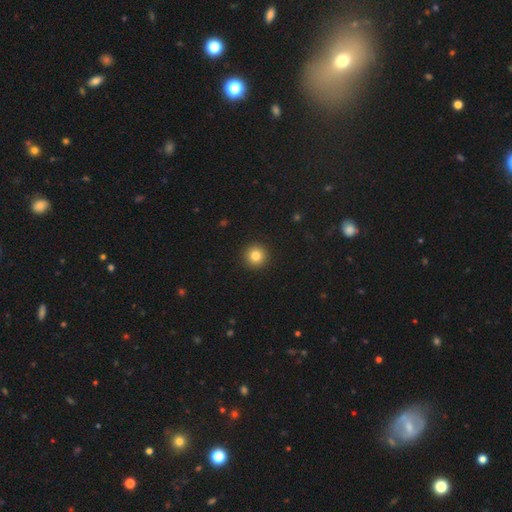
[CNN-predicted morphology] type=smooth (83%); roundness=round (96%); merging=none (93%).